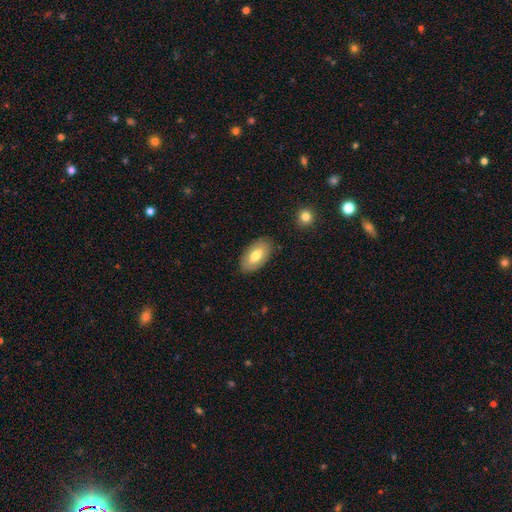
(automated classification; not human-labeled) A smooth galaxy with no disk features (68%) that is in between round and cigar-shaped (94%).

Vote fractions:
- Smooth or featured? smooth: 68% / featured or disk: 26% / star or artifact: 6%
- How rounded? in between: 94% / round: 4% / cigar-shaped: 3%
- Merging? none: 86% / minor disturbance: 10% / major disturbance: 2% / merger: 1%